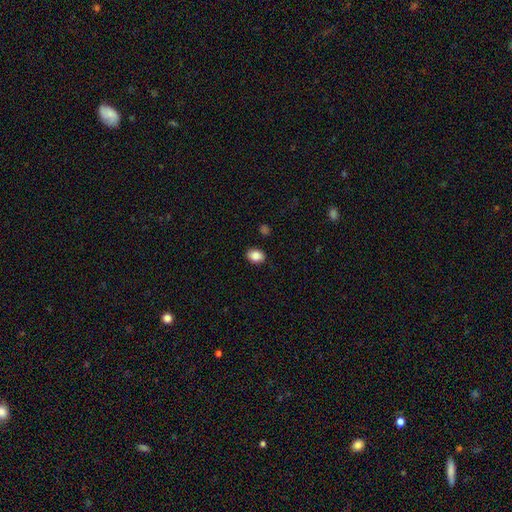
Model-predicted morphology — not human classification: Q: Smooth or featured?
A: smooth (87%); runner-up: star or artifact (8%)
Q: How rounded?
A: in between (74%); runner-up: round (25%)
Q: Merging?
A: none (87%); runner-up: minor disturbance (10%)